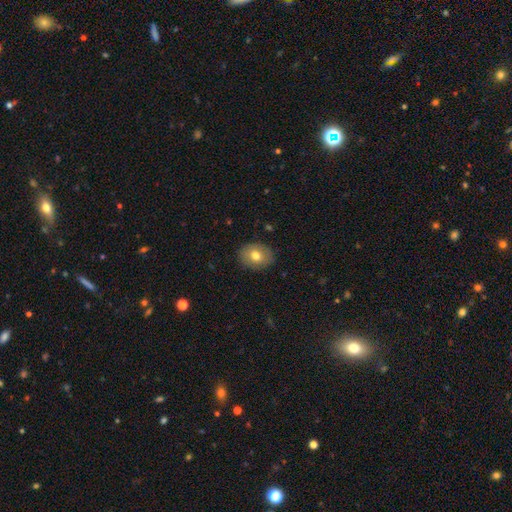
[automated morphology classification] Smooth or featured? Predicted: smooth (p=0.72). How rounded? Predicted: in between (p=0.57). Merging? Predicted: none (p=0.86).